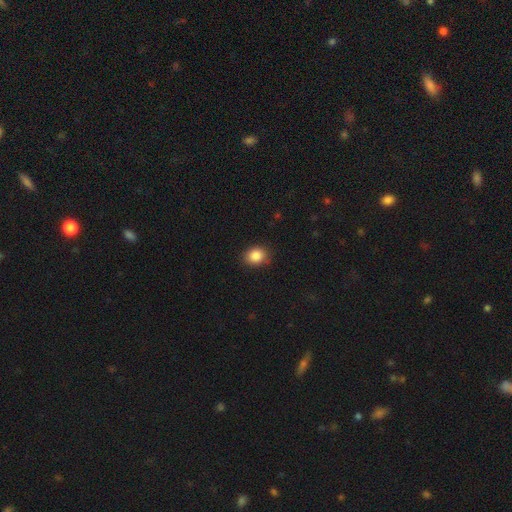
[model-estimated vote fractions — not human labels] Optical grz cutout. It shows a smooth galaxy with no disk features (87%) that is round (56%). Merging: none (84%).